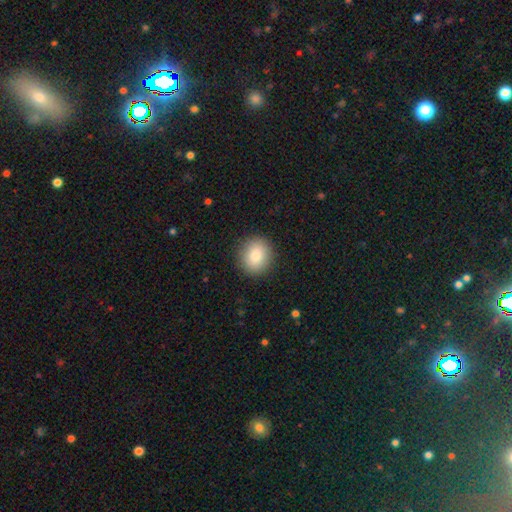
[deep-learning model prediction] A smooth galaxy with no disk features (86%) that is round (73%).

Vote fractions:
- Smooth or featured? smooth: 86% / star or artifact: 8% / featured or disk: 6%
- How rounded? round: 73% / in between: 26% / cigar-shaped: 1%
- Merging? none: 89% / minor disturbance: 7% / major disturbance: 2% / merger: 1%